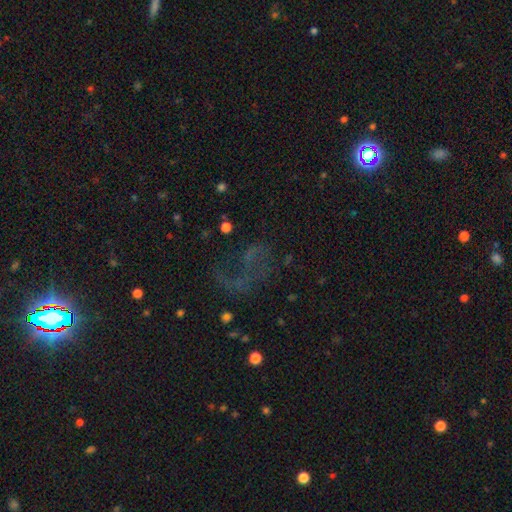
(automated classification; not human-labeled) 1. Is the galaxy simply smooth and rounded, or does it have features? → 41% star or artifact, 35% featured or disk, 24% smooth.